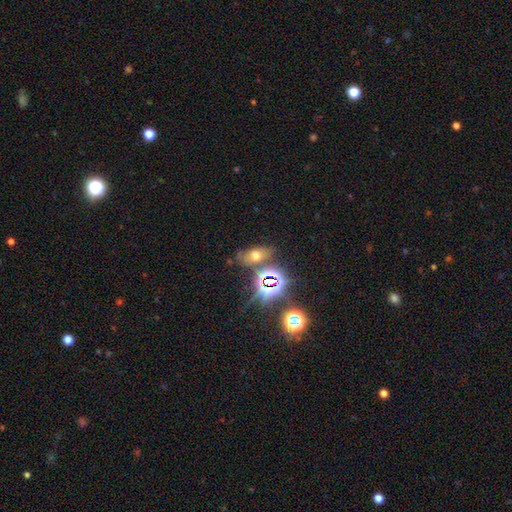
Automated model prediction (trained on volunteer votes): Smooth or featured?
  - smooth: 46% *
  - star or artifact: 37%
  - featured or disk: 17%
Merging?
  - none: 70% *
  - minor disturbance: 14%
  - merger: 10%
  - major disturbance: 6%